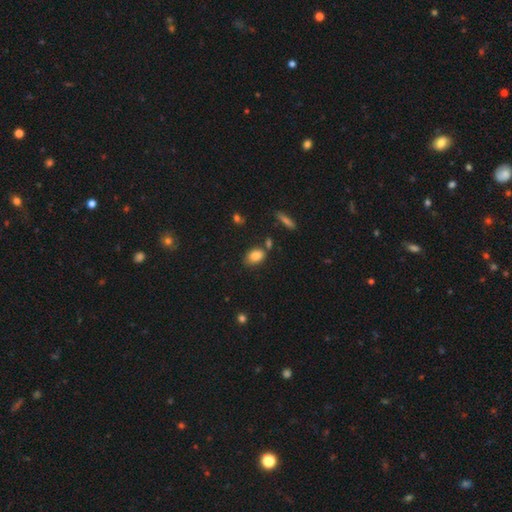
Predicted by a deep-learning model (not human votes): Smooth or featured: smooth — 84% (star or artifact — 9%)
How rounded: in between — 82% (round — 16%)
Merging: none — 71% (minor disturbance — 17%)